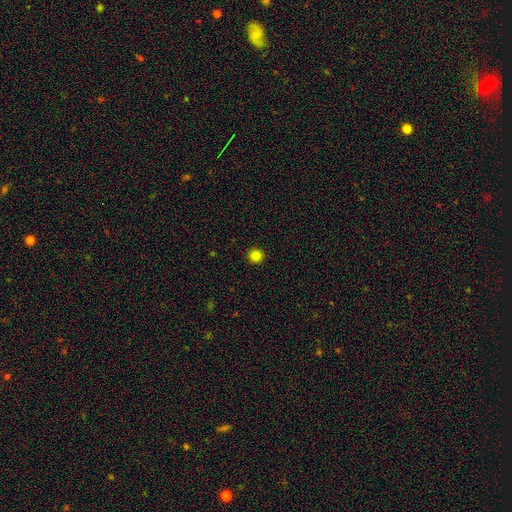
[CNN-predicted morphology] A smooth galaxy with no disk features (83%) that is round (95%).

Vote fractions:
- Smooth or featured? smooth: 83% / star or artifact: 12% / featured or disk: 4%
- How rounded? round: 95% / in between: 4% / cigar-shaped: 1%
- Merging? none: 94% / minor disturbance: 4% / major disturbance: 1% / merger: 1%